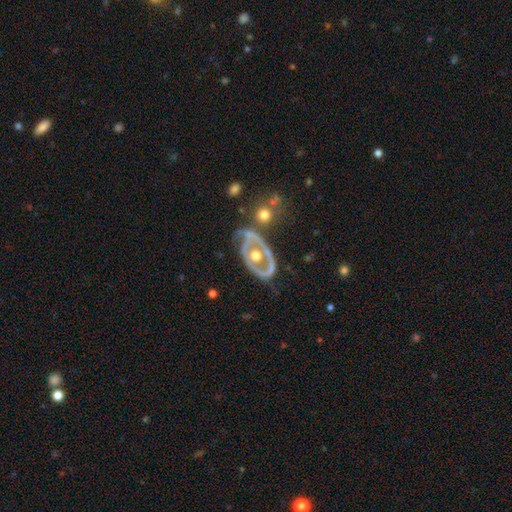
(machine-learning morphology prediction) featured or disk 74%, smooth 21%, star or artifact 5%. Down the decision tree: edge-on disk — no (91%); bar — no (85%); spiral arms — no (77%); bulge size — moderate (73%); merging — none (60%).